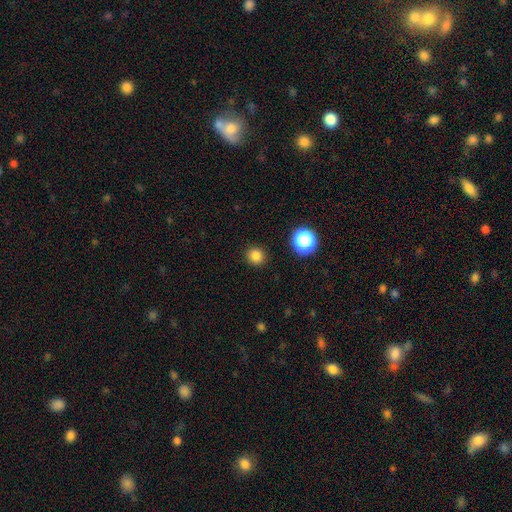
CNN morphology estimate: The model was most divided on "smooth or featured": smooth: 82%, star or artifact: 14%, featured or disk: 4%. More confident: how rounded — round (91%); merging — none (91%).